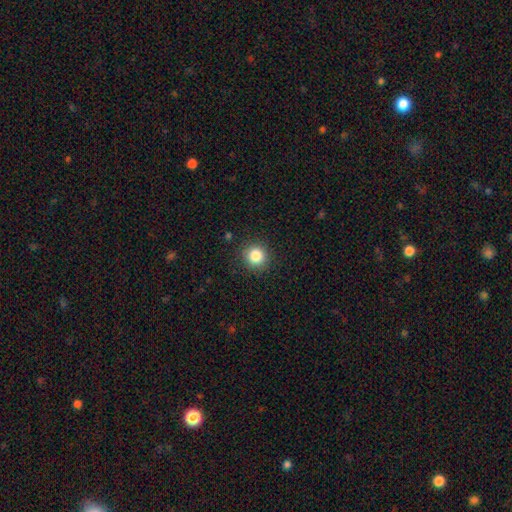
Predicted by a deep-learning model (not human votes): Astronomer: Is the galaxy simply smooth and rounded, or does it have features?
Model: smooth — 85%.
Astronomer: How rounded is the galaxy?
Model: round — 92%.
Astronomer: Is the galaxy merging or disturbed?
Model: none — 90%.